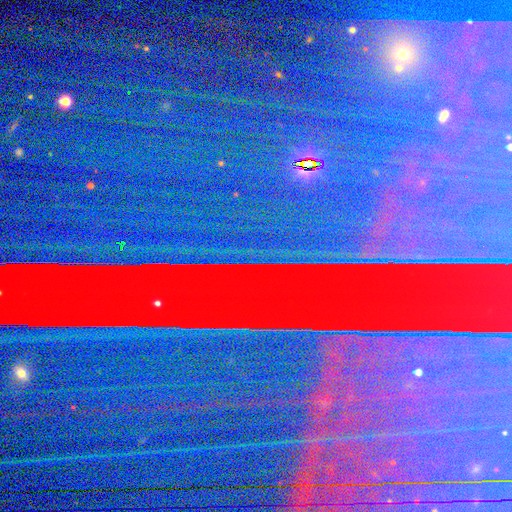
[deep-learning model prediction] A star or artifact, not a galaxy (85%).